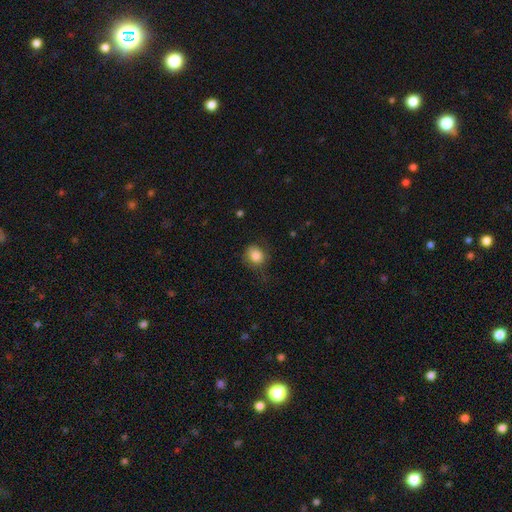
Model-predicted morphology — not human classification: This appears to be a smooth galaxy with no disk features (84%) that is round (67%). Merging: none (63%).